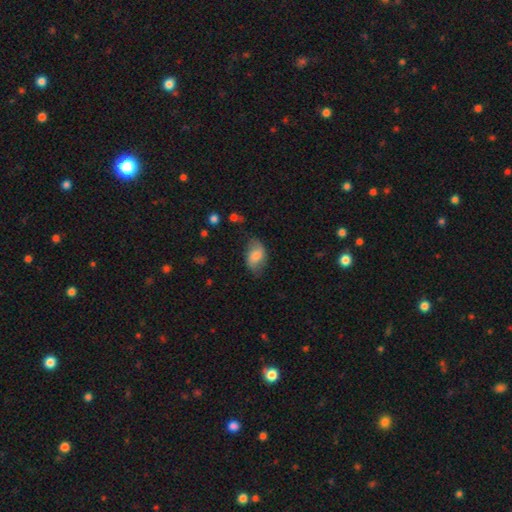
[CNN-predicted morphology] type=smooth (66%); roundness=in between (89%); merging=none (64%).